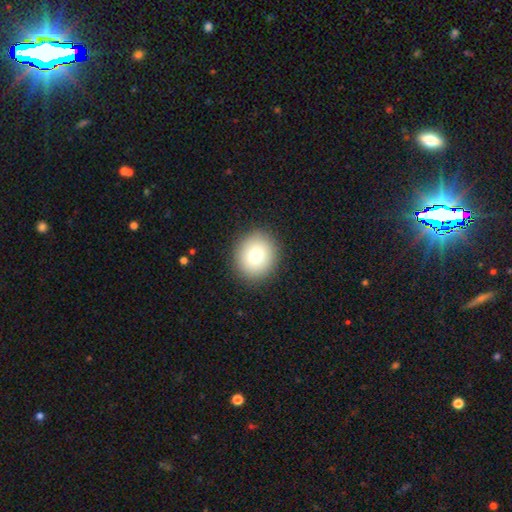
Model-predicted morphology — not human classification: smooth-or-featured: smooth: 75% | featured or disk: 13% | star or artifact: 11%
  how-rounded: round: 82% | in between: 17% | cigar-shaped: 1%
  merging: none: 90% | minor disturbance: 7% | major disturbance: 3% | merger: 1%